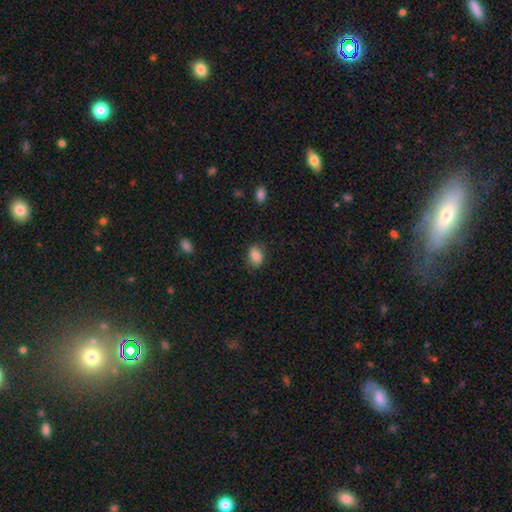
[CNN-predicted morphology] Overall: smooth (82%). How rounded: in between (71%). Merging: none (78%).